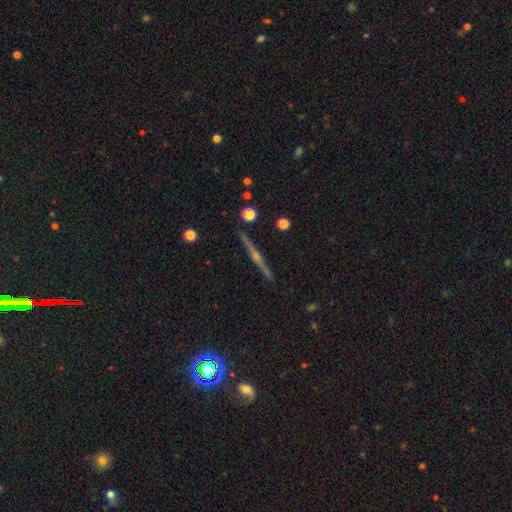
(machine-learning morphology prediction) Overall: featured or disk (80%). Edge-on disk: yes (98%). Edge-on bulge: rounded (81%). Merging: none (92%).